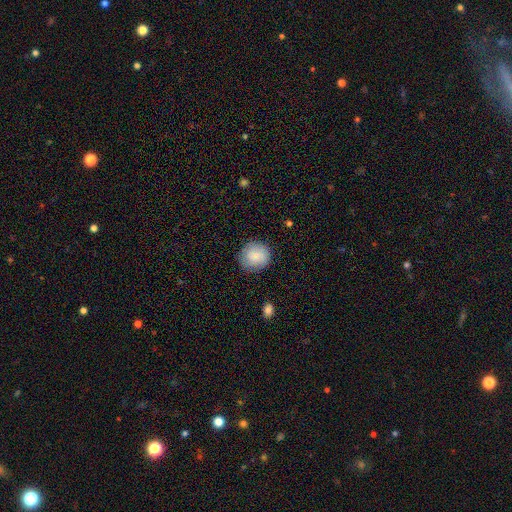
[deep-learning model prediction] This appears to be a smooth galaxy with no disk features (86%) that is round (88%). Merging: none (83%).